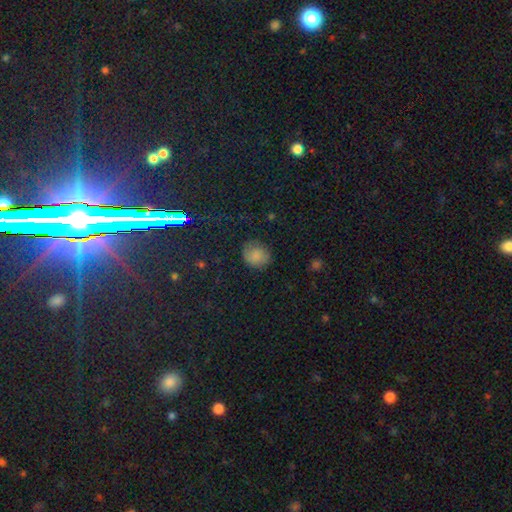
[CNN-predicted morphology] type=smooth (80%); roundness=round (74%); merging=none (77%).